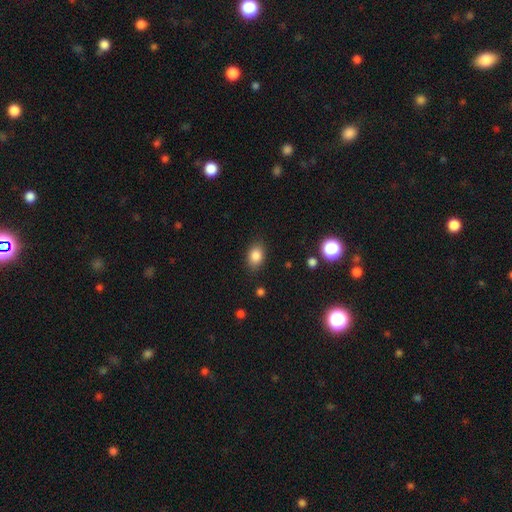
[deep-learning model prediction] Smooth or featured?
  - smooth: 84% *
  - star or artifact: 10%
  - featured or disk: 6%
How rounded?
  - in between: 72% *
  - round: 26%
  - cigar-shaped: 1%
Merging?
  - none: 85% *
  - minor disturbance: 11%
  - major disturbance: 3%
  - merger: 1%